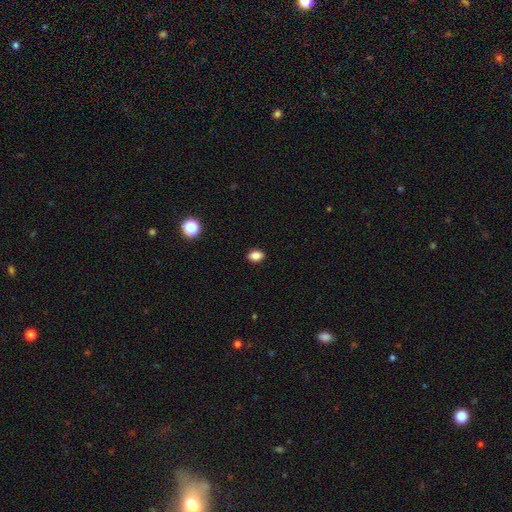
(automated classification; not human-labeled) Smooth or featured?
  - smooth: 86% *
  - star or artifact: 10%
  - featured or disk: 4%
How rounded?
  - in between: 75% *
  - round: 24%
  - cigar-shaped: 1%
Merging?
  - none: 90% *
  - minor disturbance: 7%
  - major disturbance: 2%
  - merger: 1%